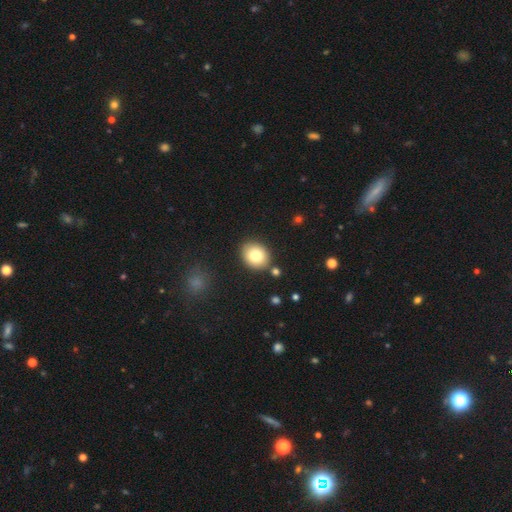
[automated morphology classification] A smooth galaxy with no disk features (79%) that is round (55%). Merging: none (85%).